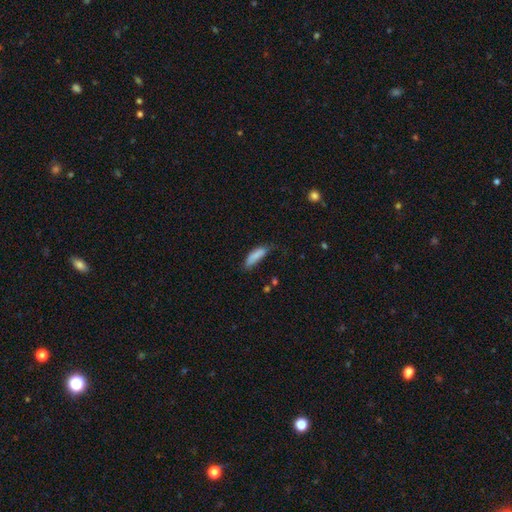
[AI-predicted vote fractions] smooth-or-featured: smooth: 84% | featured or disk: 9% | star or artifact: 7%
  how-rounded: cigar-shaped: 51% | in between: 47% | round: 2%
  merging: none: 53% | minor disturbance: 34% | major disturbance: 11% | merger: 3%